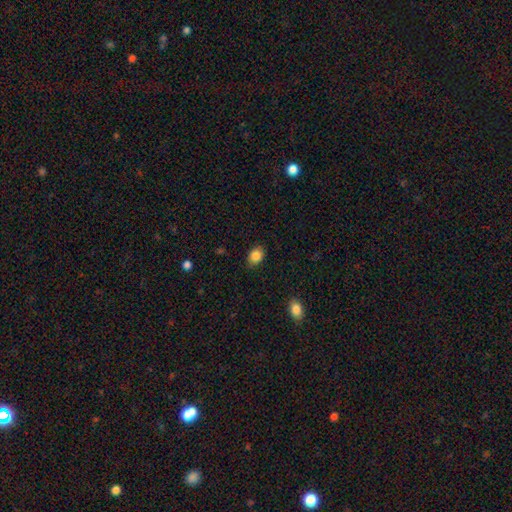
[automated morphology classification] This appears to be a smooth galaxy with no disk features (86%) that is in between round and cigar-shaped (71%). Merging: none (84%).